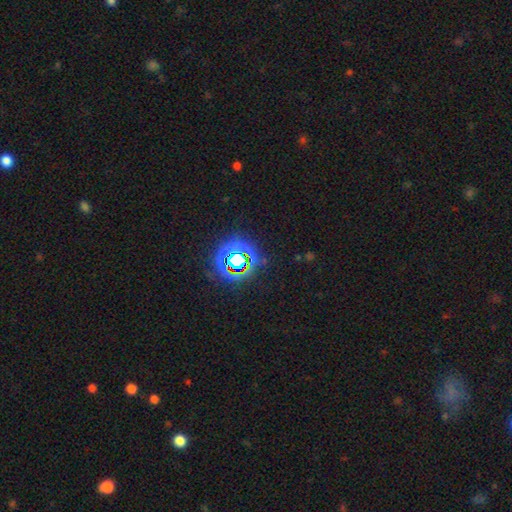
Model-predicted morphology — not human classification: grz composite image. It shows a star or artifact, not a galaxy (76%).